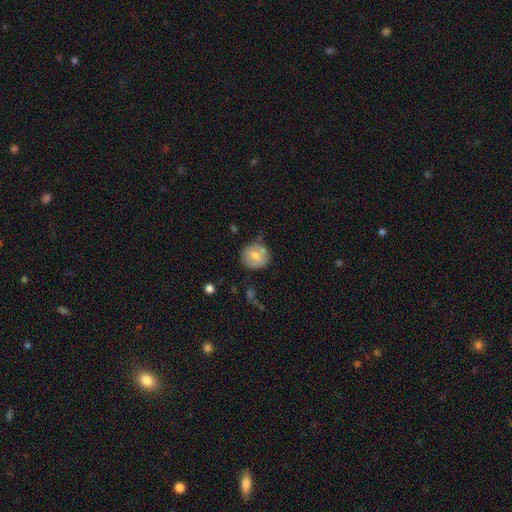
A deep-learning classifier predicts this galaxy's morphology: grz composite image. It shows a smooth galaxy with no disk features (68%) that is round (84%). Merging: none (75%).